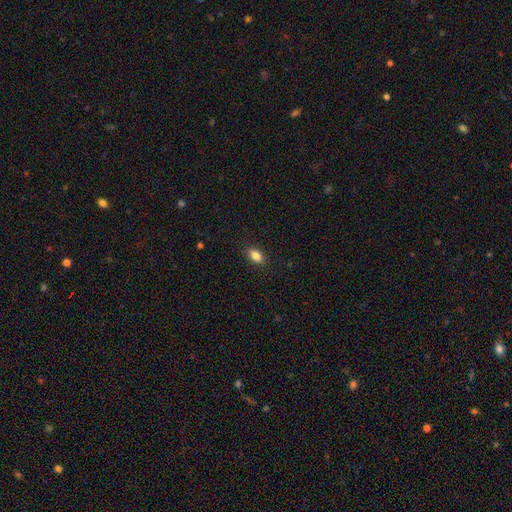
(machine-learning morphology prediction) A smooth galaxy with no disk features (85%) that is in between round and cigar-shaped (88%).

Vote fractions:
- Smooth or featured? smooth: 85% / star or artifact: 9% / featured or disk: 7%
- How rounded? in between: 88% / round: 7% / cigar-shaped: 5%
- Merging? none: 89% / minor disturbance: 8% / major disturbance: 2% / merger: 1%